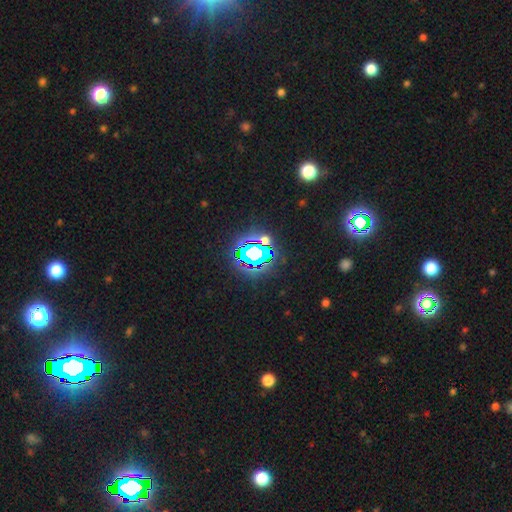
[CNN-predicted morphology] Q: Smooth or featured?
A: star or artifact (80%); runner-up: smooth (13%)